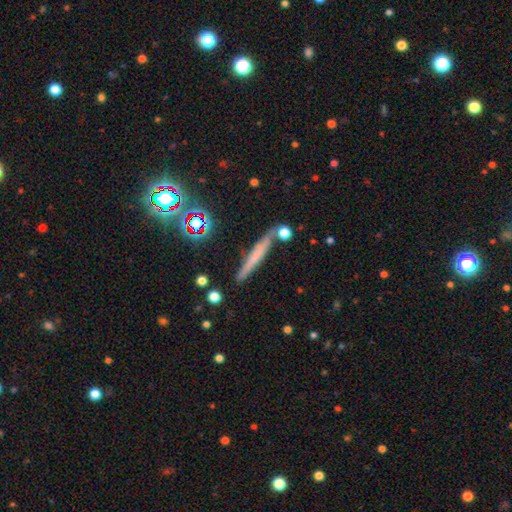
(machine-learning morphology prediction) Smooth or featured? smooth (48%)
Merging? none (79%)